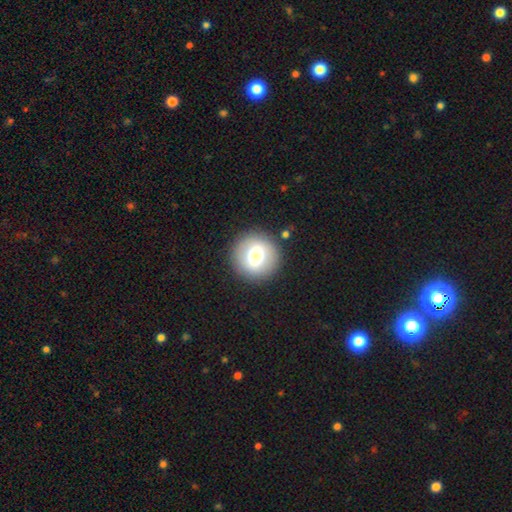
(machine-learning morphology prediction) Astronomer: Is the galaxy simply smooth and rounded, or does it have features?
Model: smooth — 68%.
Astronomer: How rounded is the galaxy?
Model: round — 93%.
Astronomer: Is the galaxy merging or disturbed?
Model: none — 87%.